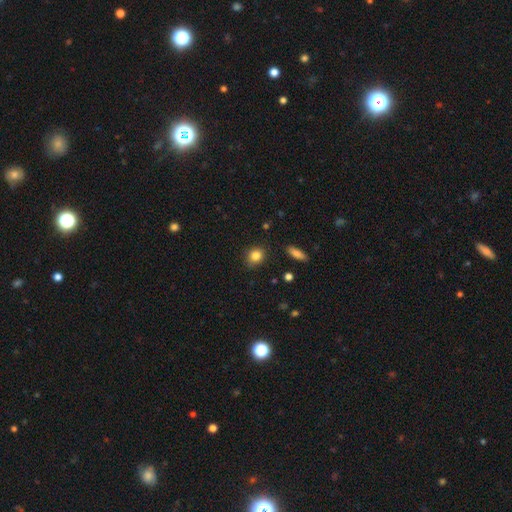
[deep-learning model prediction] This appears to be a smooth galaxy with no disk features (84%) that is round (65%). Merging: none (85%).